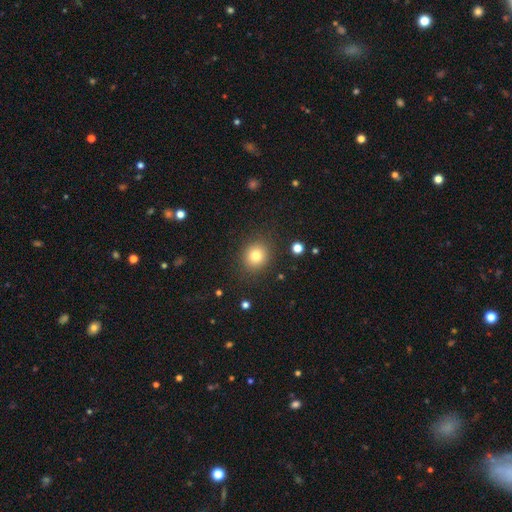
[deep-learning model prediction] Smooth or featured? Predicted: smooth (p=0.79). How rounded? Predicted: round (p=0.82). Merging? Predicted: none (p=0.88).